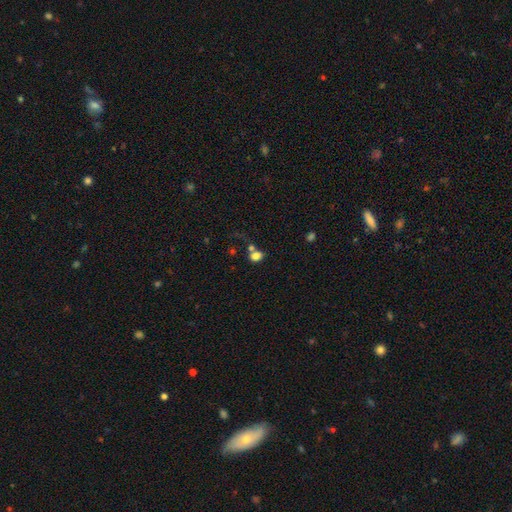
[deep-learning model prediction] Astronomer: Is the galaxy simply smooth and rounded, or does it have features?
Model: smooth — 79%.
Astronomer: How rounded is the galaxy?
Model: in between — 62%.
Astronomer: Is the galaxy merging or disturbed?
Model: none — 41% (runner-up: merger, 38%).